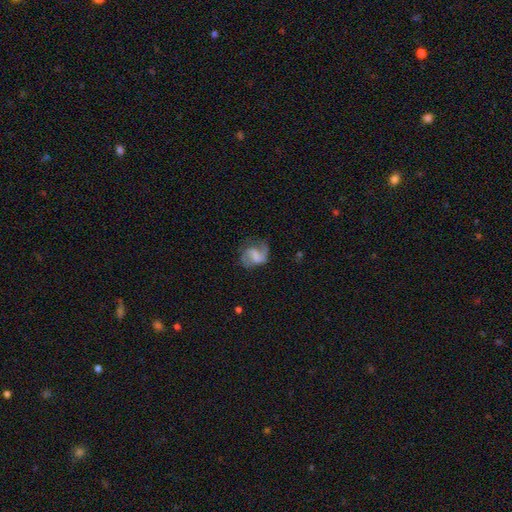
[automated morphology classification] type=featured or disk (66%); edge-on=no (98%); bar=weak (48%); spiral arms=yes (89%); winding=medium (44%); arm count=2 (76%); bulge=none (46%); merging=none (58%).